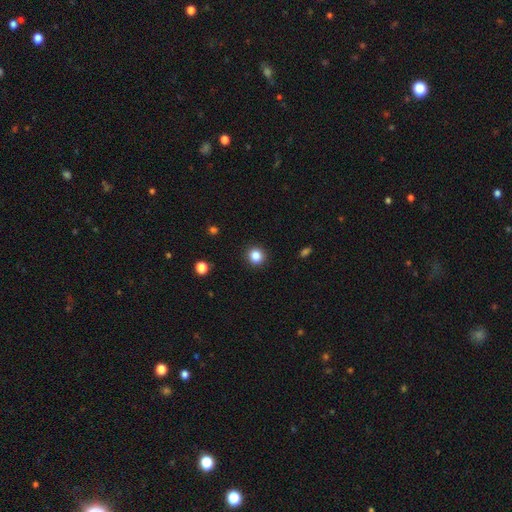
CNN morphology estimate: smooth-or-featured: smooth: 84% | star or artifact: 11% | featured or disk: 4%
  how-rounded: round: 91% | in between: 8% | cigar-shaped: 1%
  merging: none: 92% | minor disturbance: 5% | major disturbance: 2% | merger: 1%